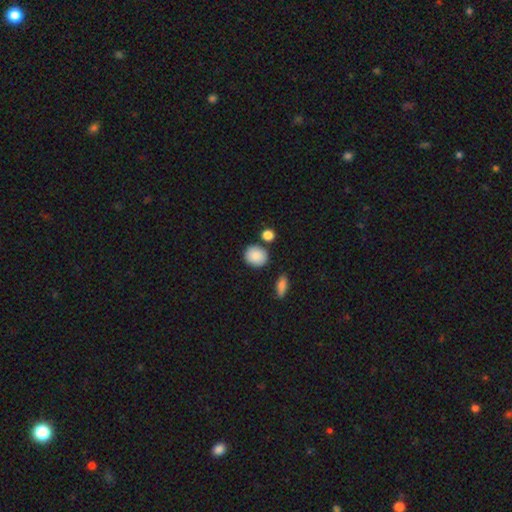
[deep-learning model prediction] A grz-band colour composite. It shows a smooth galaxy with no disk features (88%) that is round (68%). Merging: none (77%).